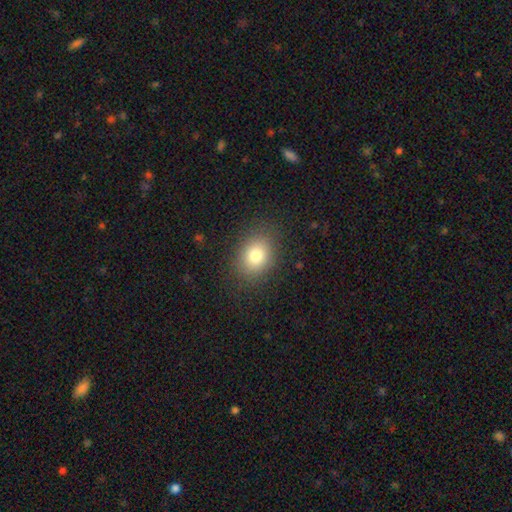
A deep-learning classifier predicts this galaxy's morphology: smooth 79%, star or artifact 11%, featured or disk 9%. Down the decision tree: how rounded — in between (52%); merging — none (85%).